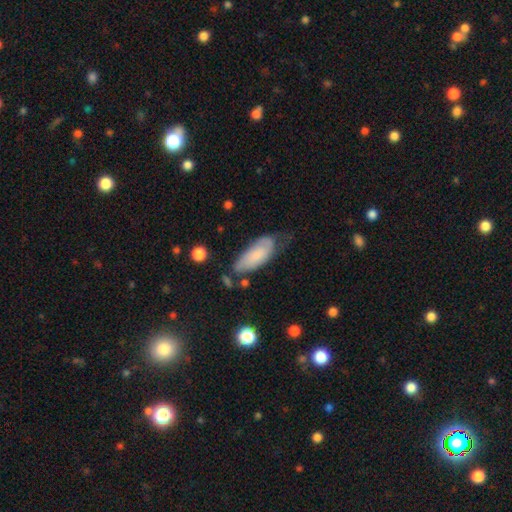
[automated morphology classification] This is likely a smooth galaxy (68%). How rounded: clearly in between (82%). Merging: marginally none (45%).